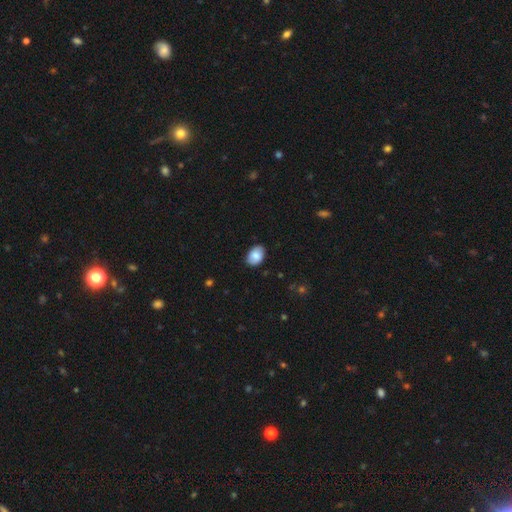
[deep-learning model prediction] A smooth galaxy with no disk features (82%) that is in between round and cigar-shaped (84%). Merging: none (84%).